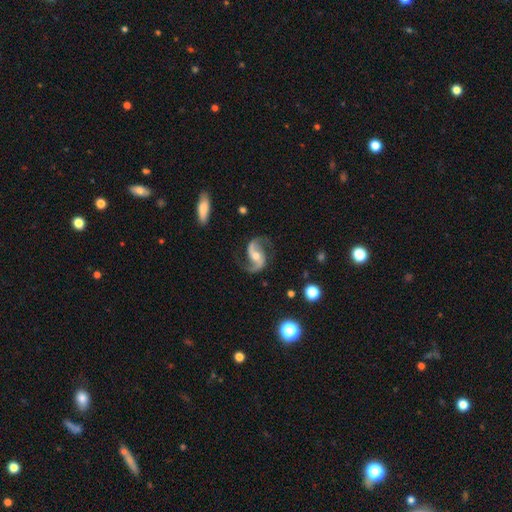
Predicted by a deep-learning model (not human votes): Smooth or featured? Predicted: featured or disk (p=0.91). Edge-on disk? Predicted: no (p=0.98). Bar? Predicted: weak (p=0.38). Spiral arms? Predicted: yes (p=0.98). Spiral winding? Predicted: loose (p=0.59). Spiral arm count? Predicted: 2 (p=0.94). Bulge size? Predicted: moderate (p=0.58). Merging? Predicted: none (p=0.79).